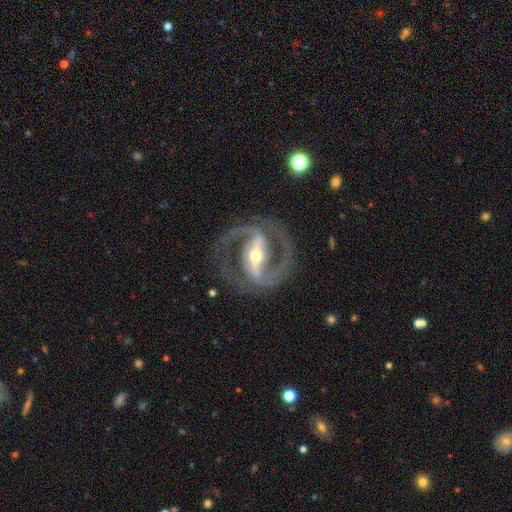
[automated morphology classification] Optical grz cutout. It shows a featured or disk galaxy (93%) with a strong bar (73%), 2 (94%) medium (64%) spiral arms (97%) and a moderate central bulge (59%). Merging: none (82%).